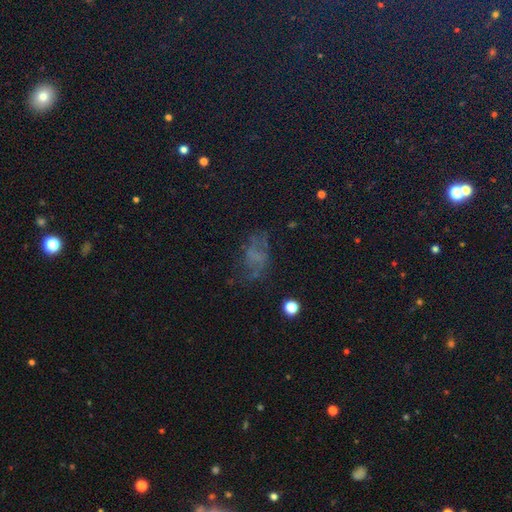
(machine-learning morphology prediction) Smooth or featured? Predicted: smooth (p=0.36). Merging? Predicted: none (p=0.49).